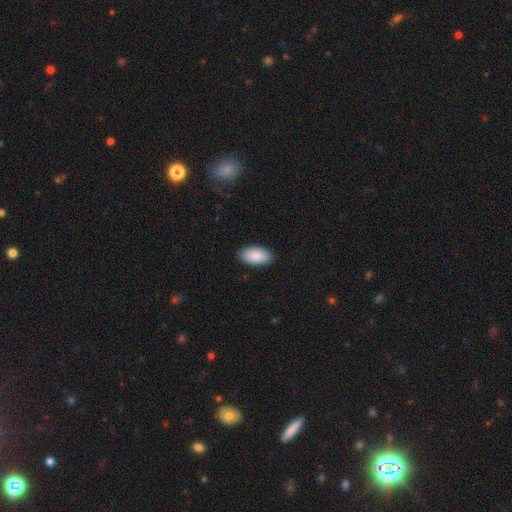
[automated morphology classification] A smooth galaxy with no disk features (88%) that is in between round and cigar-shaped (96%). Merging: none (88%).